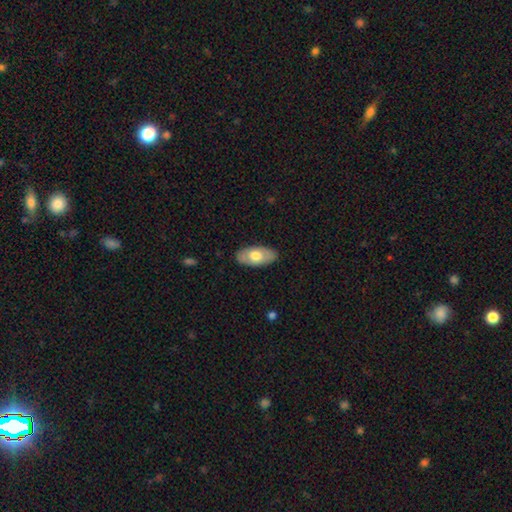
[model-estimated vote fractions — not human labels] This appears to be a smooth galaxy with no disk features (63%) that is in between round and cigar-shaped (93%). Merging: none (85%).